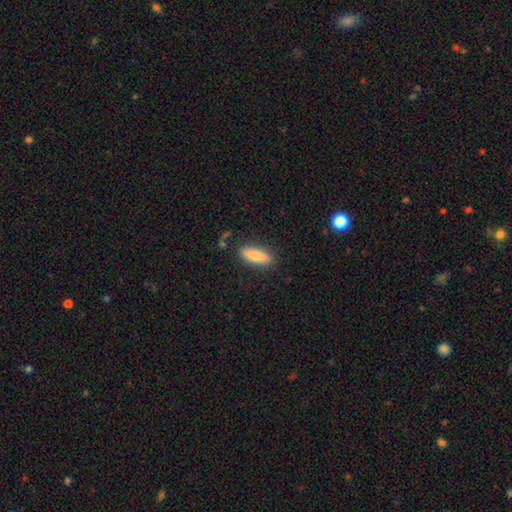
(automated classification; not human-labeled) This is clearly a smooth galaxy (81%). How rounded: possibly in between (58%). Merging: clearly none (85%).